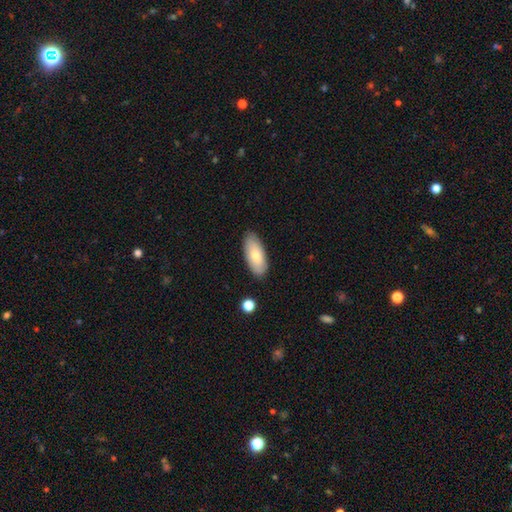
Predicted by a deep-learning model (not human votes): The model was most divided on "smooth or featured": smooth: 71%, featured or disk: 23%, star or artifact: 6%. More confident: how rounded — in between (88%); merging — none (84%).